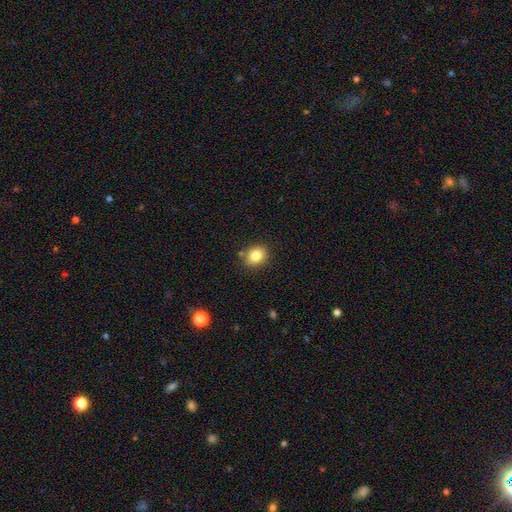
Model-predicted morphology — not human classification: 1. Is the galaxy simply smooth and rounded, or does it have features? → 83% smooth, 10% star or artifact, 7% featured or disk.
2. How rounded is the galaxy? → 55% round, 44% in between, 1% cigar-shaped.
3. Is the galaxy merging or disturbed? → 84% none, 10% minor disturbance, 3% merger, 2% major disturbance.